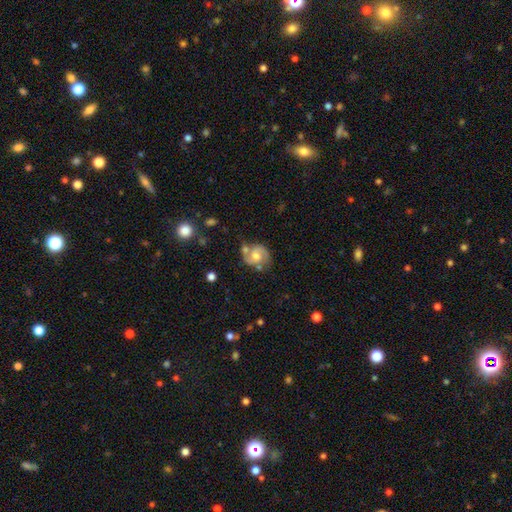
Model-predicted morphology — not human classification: Smooth or featured? featured or disk (70%)
Edge-on disk? no (98%)
Bar? no (56%)
Spiral arms? yes (90%)
Spiral winding? medium (52%)
Spiral arm count? 2 (86%)
Bulge size? moderate (63%)
Merging? none (56%)